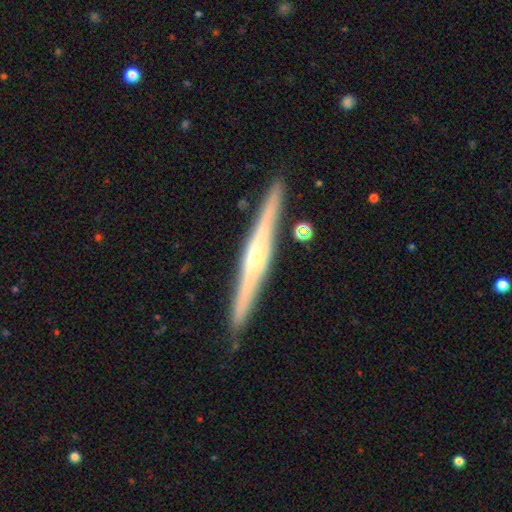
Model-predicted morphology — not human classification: This appears to be a featured or disk galaxy (79%) viewed edge-on (98%) with a rounded central bulge (64%). Merging: none (90%).